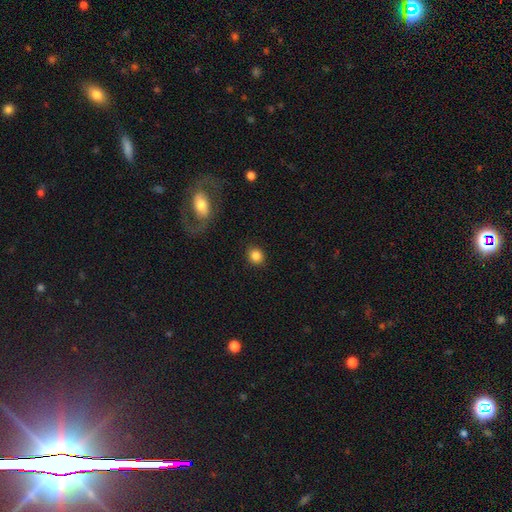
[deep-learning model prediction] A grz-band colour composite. It shows a smooth galaxy with no disk features (85%) that is round (80%). Merging: none (90%).